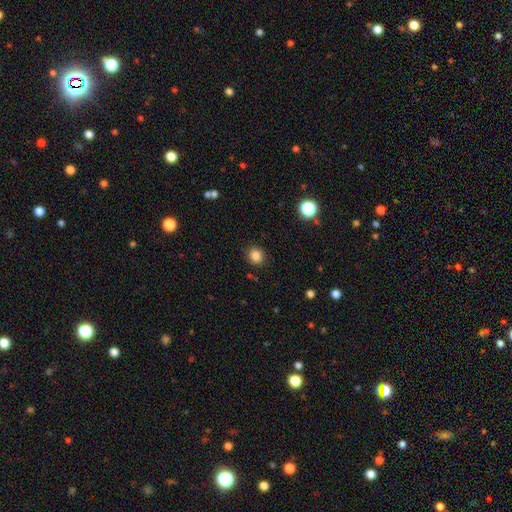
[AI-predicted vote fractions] smooth 85%, star or artifact 11%, featured or disk 4%. Down the decision tree: how rounded — round (81%); merging — none (89%).